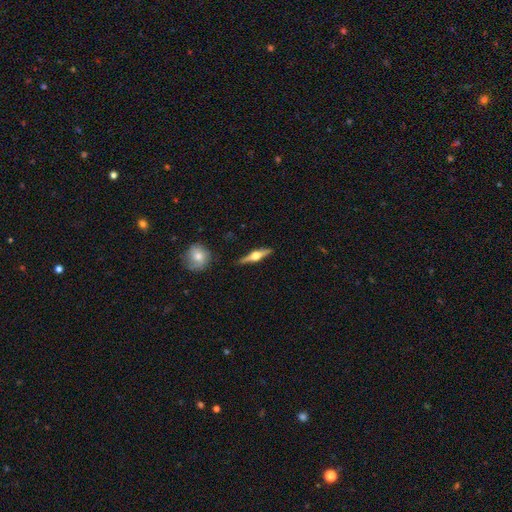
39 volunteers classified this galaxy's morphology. Overall: featured or disk (90%). Edge-on disk: yes (97%). Edge-on bulge: rounded (100%). Merging: none (87%).